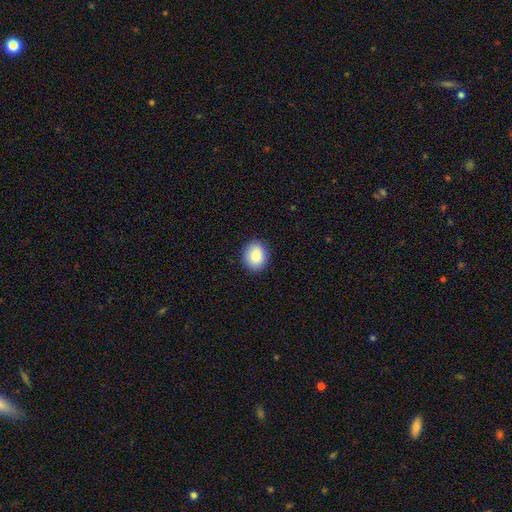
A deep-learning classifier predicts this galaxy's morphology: A smooth galaxy with no disk features (89%) that is round (57%).

Vote fractions:
- Smooth or featured? smooth: 89% / star or artifact: 8% / featured or disk: 4%
- How rounded? round: 57% / in between: 42% / cigar-shaped: 1%
- Merging? none: 89% / minor disturbance: 8% / major disturbance: 2% / merger: 1%